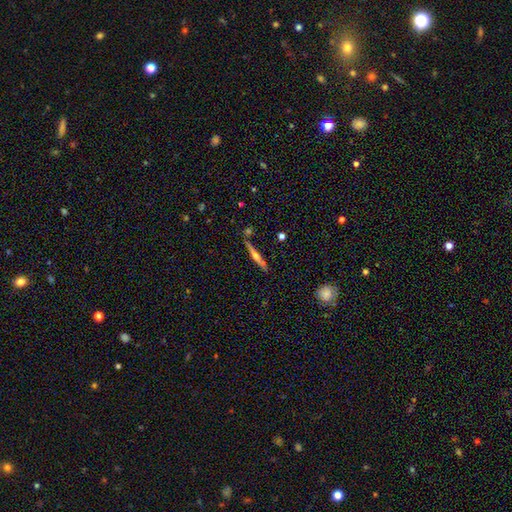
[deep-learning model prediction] This is likely a featured or disk galaxy (63%). It is clearly viewed edge-on (97%). Edge-on bulge: clearly rounded (84%). Merging: clearly none (82%).